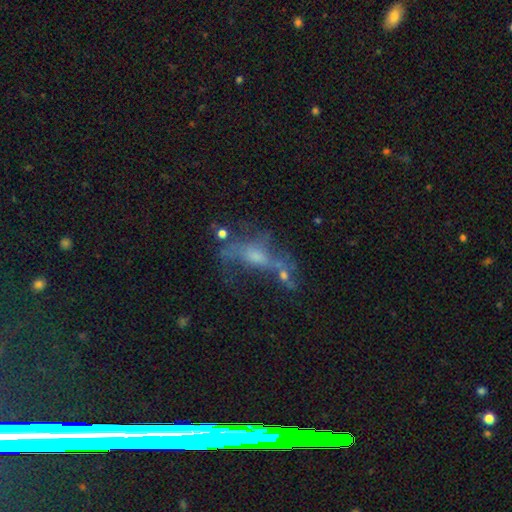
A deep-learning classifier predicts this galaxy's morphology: A featured or disk galaxy (57%).

Vote fractions:
- Smooth or featured? featured or disk: 57% / smooth: 24% / star or artifact: 19%
- Edge-on disk? no: 84% / yes: 16%
- Merging? none: 35% / major disturbance: 31% / merger: 18% / minor disturbance: 16%